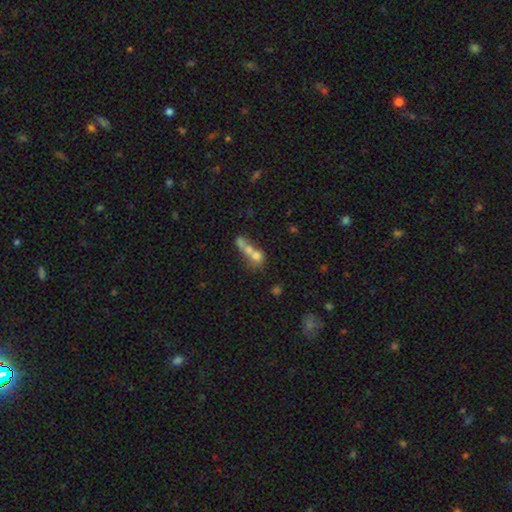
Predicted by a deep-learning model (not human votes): Overall: smooth (61%; featured or disk 27%). How rounded: round (50%; in between 40%). Merging: merger (67%).